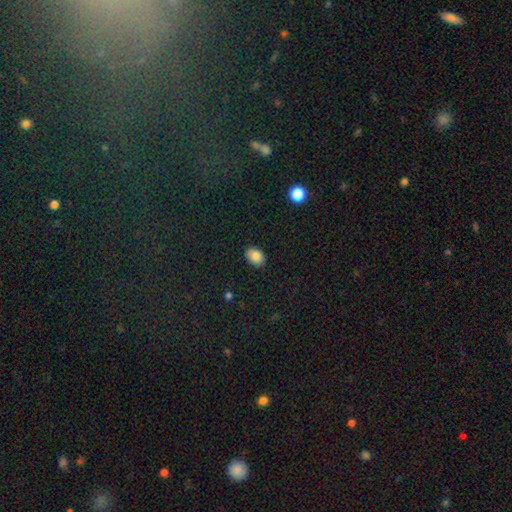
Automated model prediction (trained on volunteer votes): This appears to be a smooth galaxy with no disk features (85%) that is in between round and cigar-shaped (75%). Merging: none (85%).